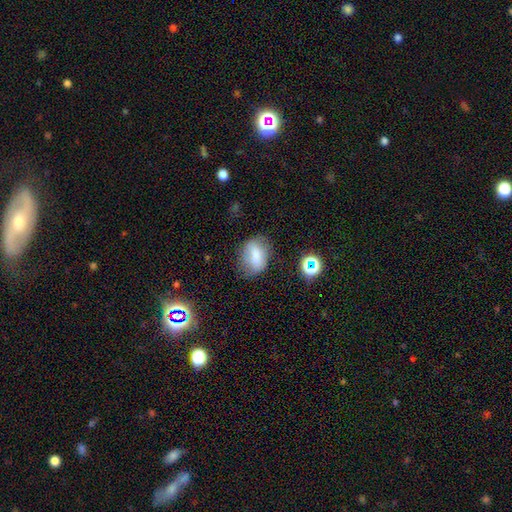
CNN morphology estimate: Smooth or featured? Predicted: smooth (p=0.66). How rounded? Predicted: in between (p=0.72). Merging? Predicted: none (p=0.59).